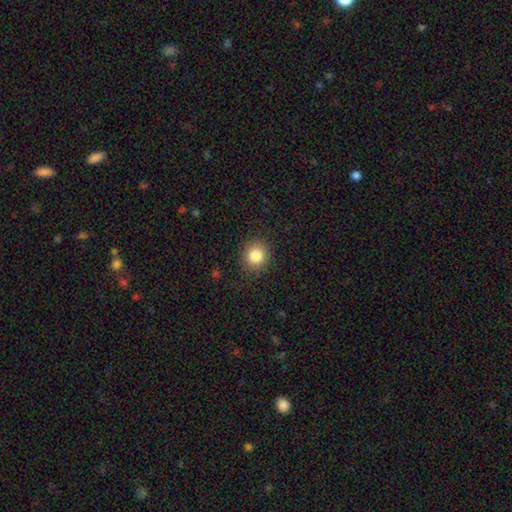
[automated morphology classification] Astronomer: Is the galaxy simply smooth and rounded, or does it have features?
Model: smooth — 84%.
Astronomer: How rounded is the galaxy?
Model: round — 88%.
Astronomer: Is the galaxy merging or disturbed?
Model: none — 89%.